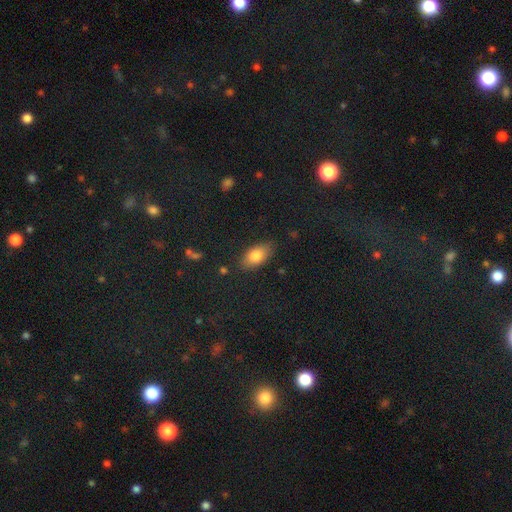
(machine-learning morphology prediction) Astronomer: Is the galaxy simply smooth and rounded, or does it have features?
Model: smooth — 80%.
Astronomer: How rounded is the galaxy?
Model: in between — 89%.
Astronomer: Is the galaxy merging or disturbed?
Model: none — 81%.